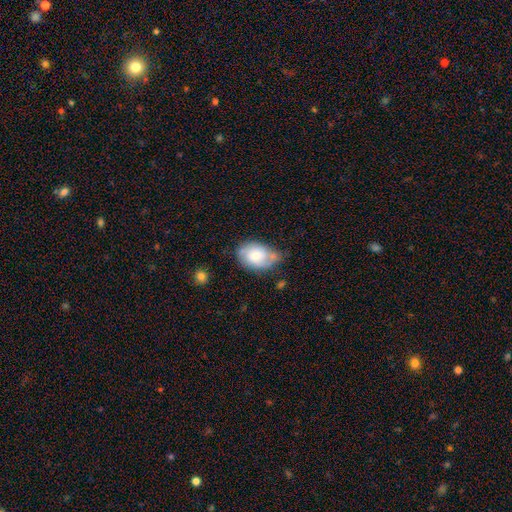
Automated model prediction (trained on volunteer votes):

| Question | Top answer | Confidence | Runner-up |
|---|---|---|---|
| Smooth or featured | smooth | 51% | featured or disk (42%) |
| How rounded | in between | 84% | round (15%) |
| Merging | none | 51% | minor disturbance (32%) |